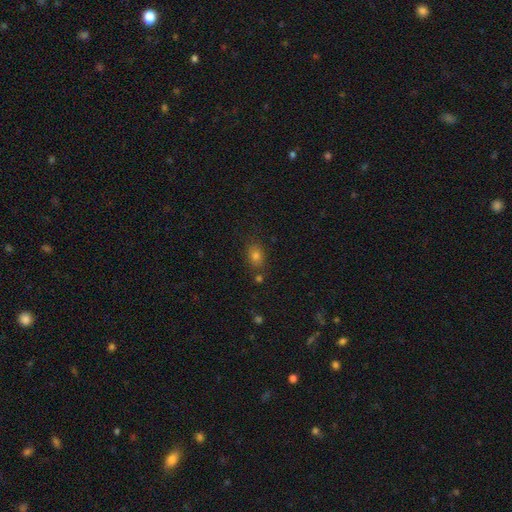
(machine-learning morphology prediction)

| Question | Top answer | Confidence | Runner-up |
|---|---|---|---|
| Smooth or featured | smooth | 74% | star or artifact (18%) |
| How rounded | in between | 62% | round (37%) |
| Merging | none | 76% | minor disturbance (12%) |